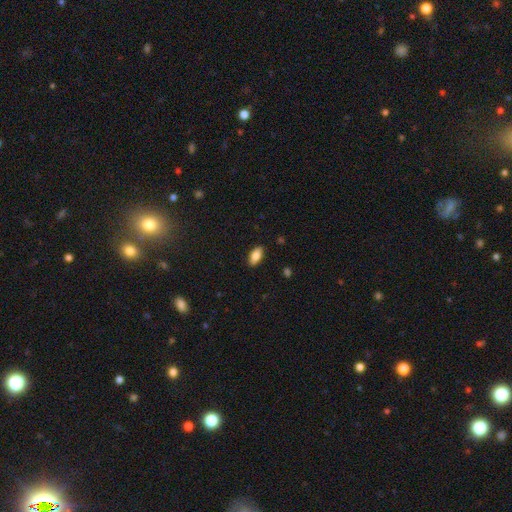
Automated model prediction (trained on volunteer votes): A smooth galaxy with no disk features (81%) that is in between round and cigar-shaped (89%). Merging: none (88%).